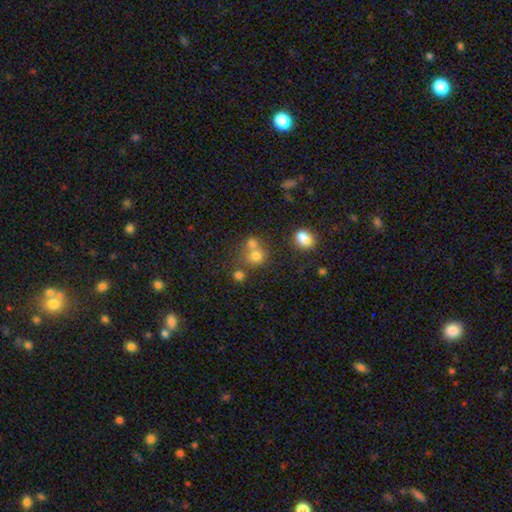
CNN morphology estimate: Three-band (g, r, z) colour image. It shows a smooth galaxy with no disk features (72%) that is round (80%). Merging: none (45%).